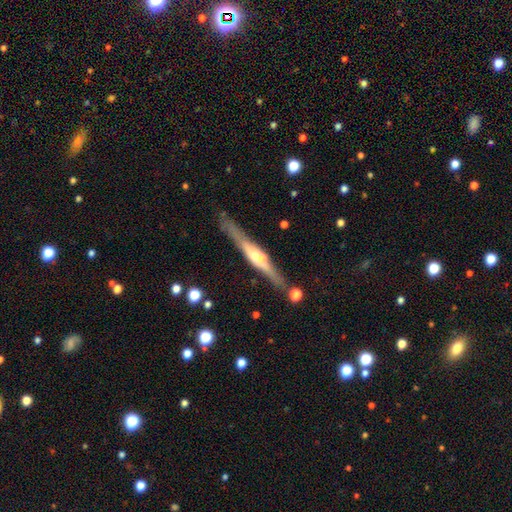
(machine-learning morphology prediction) Smooth or featured? Predicted: featured or disk (p=0.74). Edge-on disk? Predicted: yes (p=0.96). Edge-on bulge? Predicted: rounded (p=0.77). Merging? Predicted: none (p=0.80).